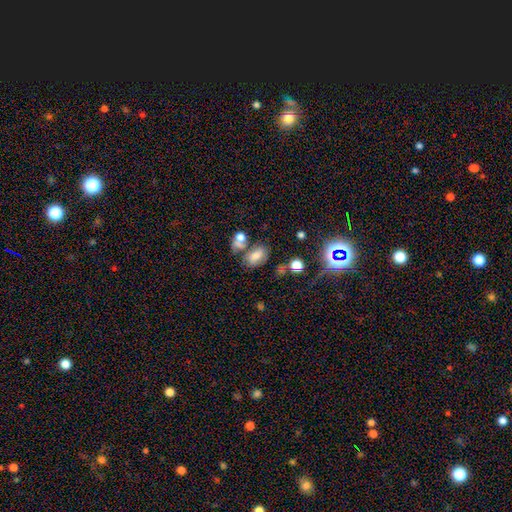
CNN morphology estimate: This is likely a smooth galaxy (60%). How rounded: clearly in between (84%). Merging: possibly none (46%).